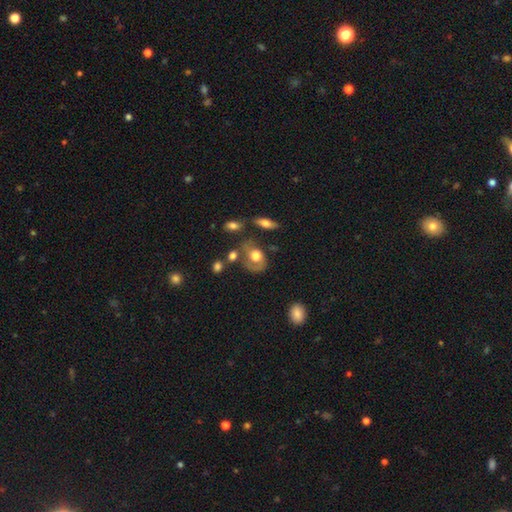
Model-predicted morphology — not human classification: type=smooth (51%); roundness=in between (66%); merging=none (47%).